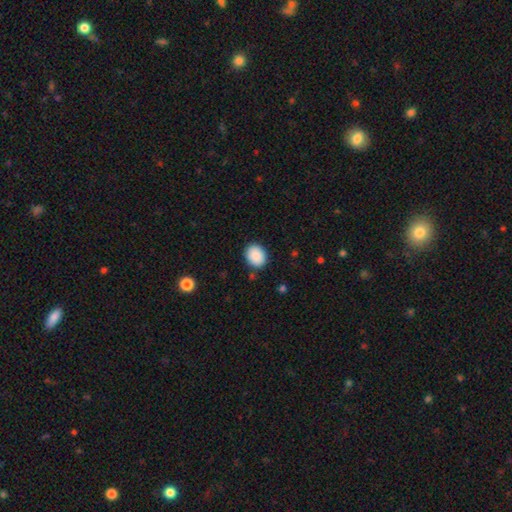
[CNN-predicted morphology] Smooth or featured? smooth (89%)
How rounded? round (51%)
Merging? none (88%)